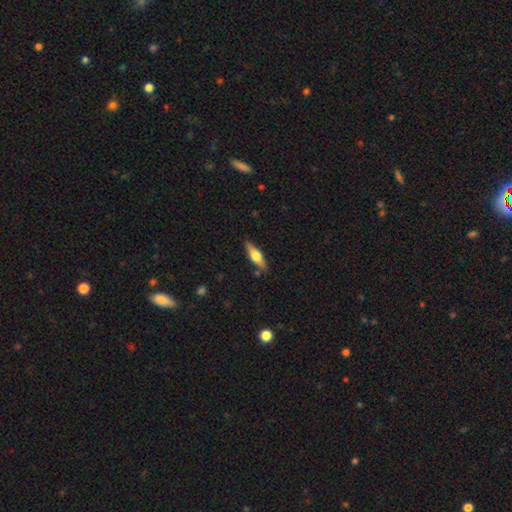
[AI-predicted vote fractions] The model was most divided on "how rounded" (2-way tie): in between: 49%, cigar-shaped: 49%, round: 2%. More confident: merging — none (84%); smooth or featured — smooth (54%).